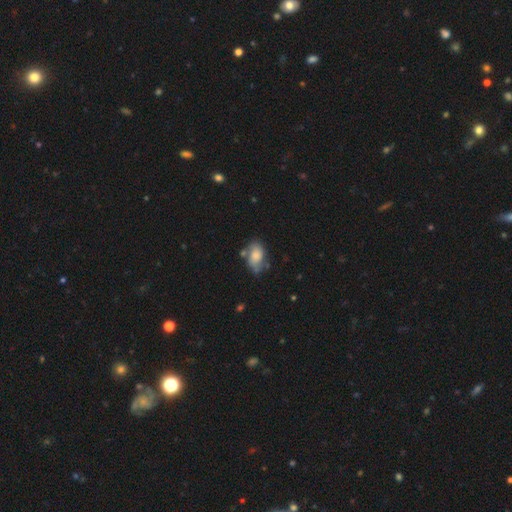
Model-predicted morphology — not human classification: Smooth or featured?
  - smooth: 67% *
  - featured or disk: 25%
  - star or artifact: 8%
How rounded?
  - in between: 86% *
  - round: 12%
  - cigar-shaped: 2%
Merging?
  - none: 54% *
  - minor disturbance: 27%
  - merger: 10%
  - major disturbance: 9%